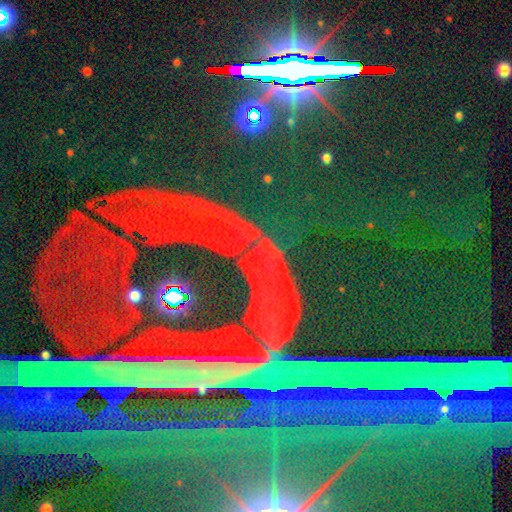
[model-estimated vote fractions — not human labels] smooth_or_featured: star or artifact (p=0.82) [alt: featured or disk p=0.11]